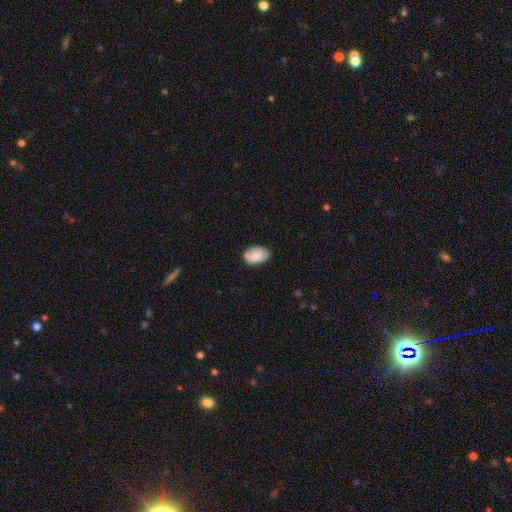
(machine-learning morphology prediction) A smooth galaxy with no disk features (79%) that is in between round and cigar-shaped (90%). Merging: none (69%).